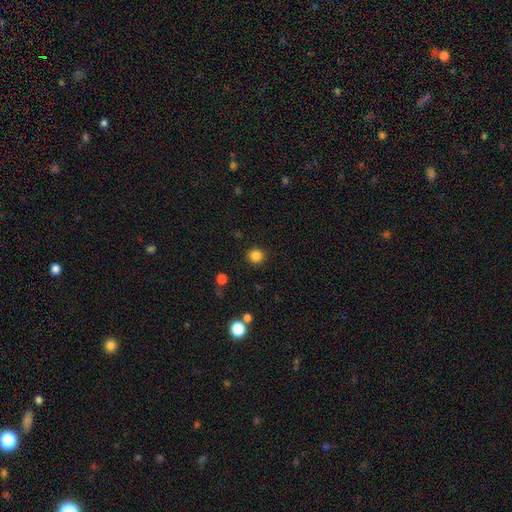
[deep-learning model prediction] smooth-or-featured: smooth: 85% | star or artifact: 12% | featured or disk: 4%
  how-rounded: round: 93% | in between: 6% | cigar-shaped: 1%
  merging: none: 91% | minor disturbance: 5% | major disturbance: 2% | merger: 1%